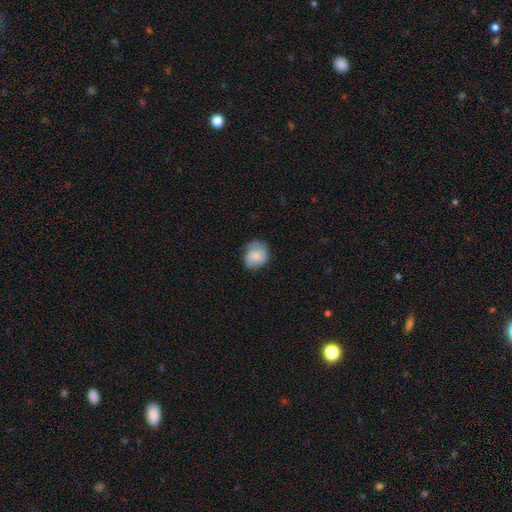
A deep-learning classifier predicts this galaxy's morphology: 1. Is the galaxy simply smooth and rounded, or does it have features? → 74% smooth, 19% featured or disk, 7% star or artifact.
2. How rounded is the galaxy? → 59% round, 40% in between, 1% cigar-shaped.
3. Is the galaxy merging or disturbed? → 60% none, 30% minor disturbance, 9% major disturbance, 1% merger.